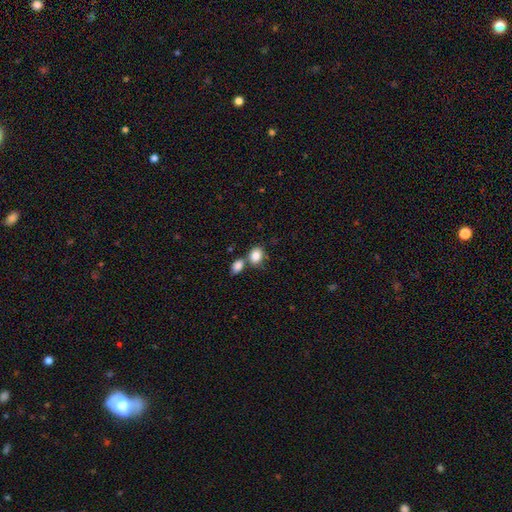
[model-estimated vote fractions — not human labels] smooth_or_featured: smooth (p=0.86) [alt: star or artifact p=0.08]
how_rounded: in between (p=0.58) [alt: round p=0.40]
merging: none (p=0.44) [alt: merger p=0.40]